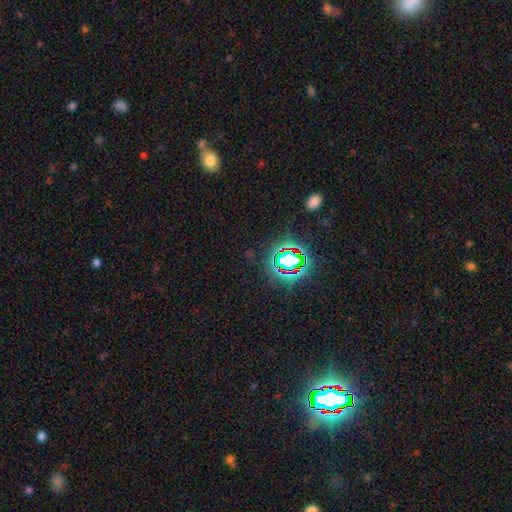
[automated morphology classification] Overall: star or artifact (77%).